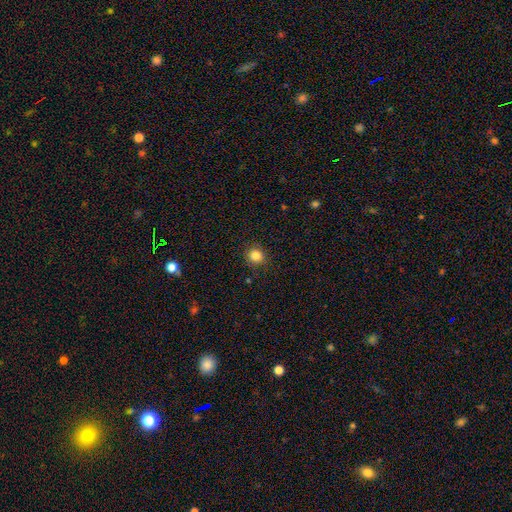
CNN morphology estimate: A smooth galaxy with no disk features (84%) that is round (88%). Merging: none (89%).